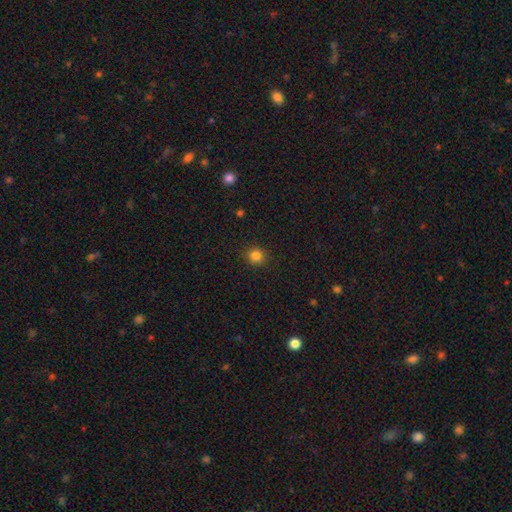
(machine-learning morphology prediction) Smooth or featured? Predicted: smooth (p=0.84). How rounded? Predicted: round (p=0.91). Merging? Predicted: none (p=0.91).